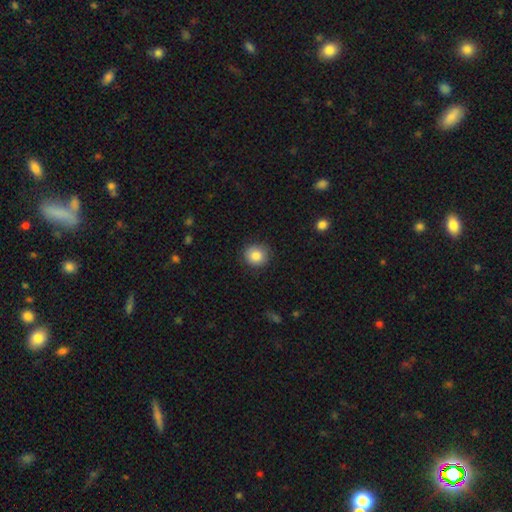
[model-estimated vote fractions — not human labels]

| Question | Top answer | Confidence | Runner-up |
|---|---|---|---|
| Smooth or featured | smooth | 85% | star or artifact (9%) |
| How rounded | round | 88% | in between (11%) |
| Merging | none | 88% | minor disturbance (9%) |